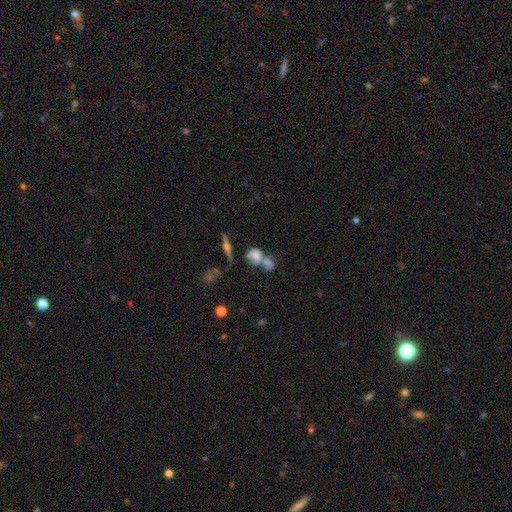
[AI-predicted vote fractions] smooth-or-featured: smooth: 66% | featured or disk: 20% | star or artifact: 13%
  how-rounded: round: 51% | in between: 44% | cigar-shaped: 5%
  merging: merger: 56% | none: 29% | minor disturbance: 9% | major disturbance: 7%